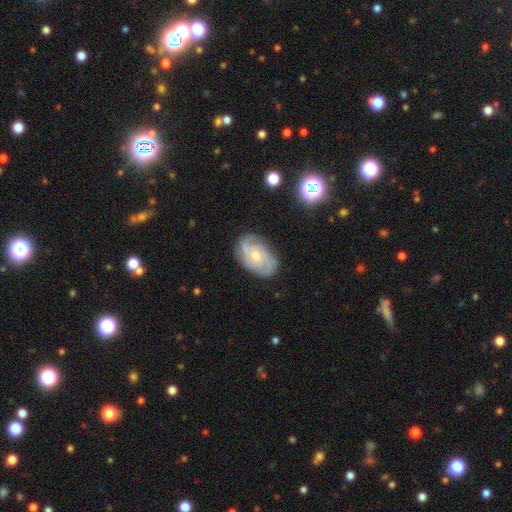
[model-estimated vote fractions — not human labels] A featured or disk galaxy (80%) with no bar (66%), 2 (35%) tight (47%) spiral arms (96%) and a small central bulge (53%). Merging: none (77%).